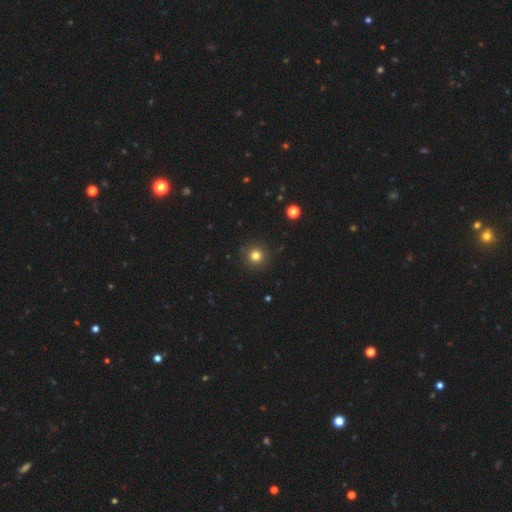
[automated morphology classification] A smooth galaxy with no disk features (80%) that is round (95%). Merging: none (92%).